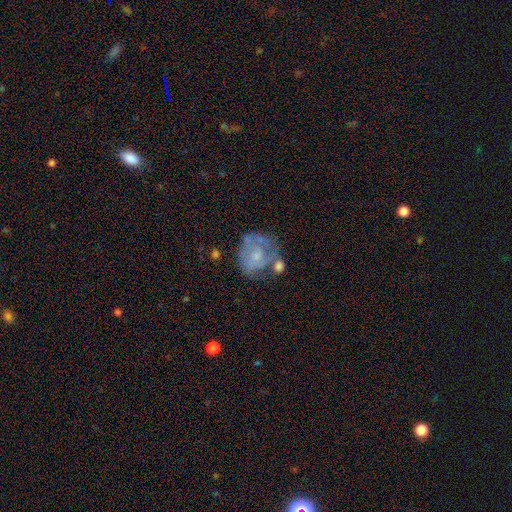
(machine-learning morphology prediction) type=featured or disk (55%); edge-on=no (98%); bar=no (79%); spiral arms=no (60%); bulge=small (46%); merging=none (38%).